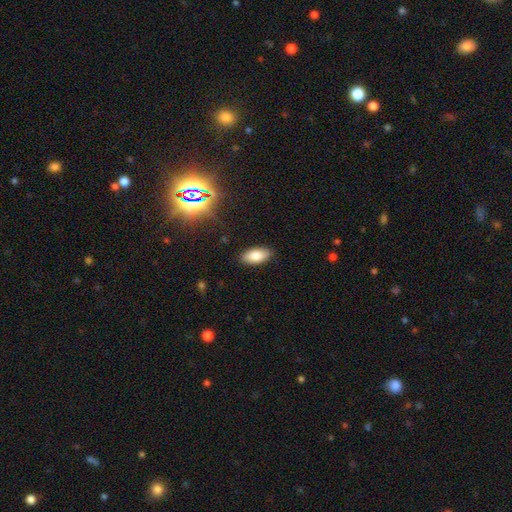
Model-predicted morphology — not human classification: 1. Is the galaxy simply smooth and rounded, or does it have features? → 82% smooth, 9% featured or disk, 9% star or artifact.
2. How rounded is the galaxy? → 91% in between, 6% cigar-shaped, 3% round.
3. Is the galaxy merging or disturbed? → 88% none, 9% minor disturbance, 2% major disturbance, 1% merger.